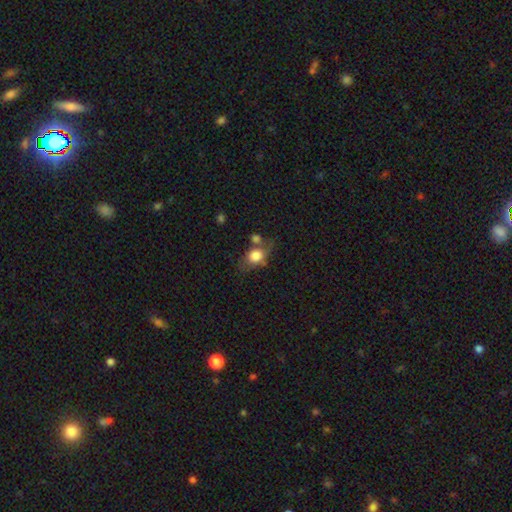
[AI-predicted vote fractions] A smooth galaxy with no disk features (76%) that is in between round and cigar-shaped (59%). Merging: none (50%).